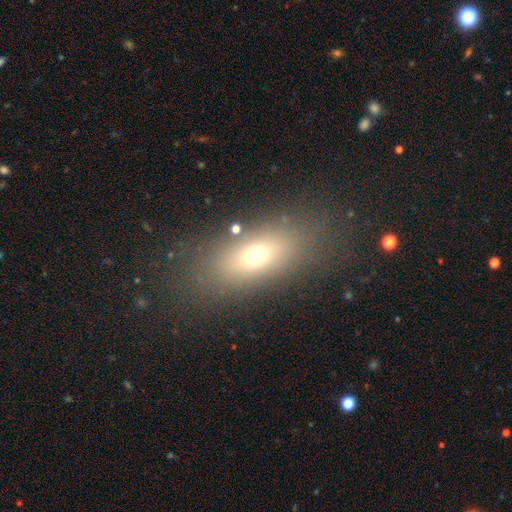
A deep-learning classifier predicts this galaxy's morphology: smooth 66%, featured or disk 18%, star or artifact 16%. Down the decision tree: how rounded — in between (75%); merging — none (82%).